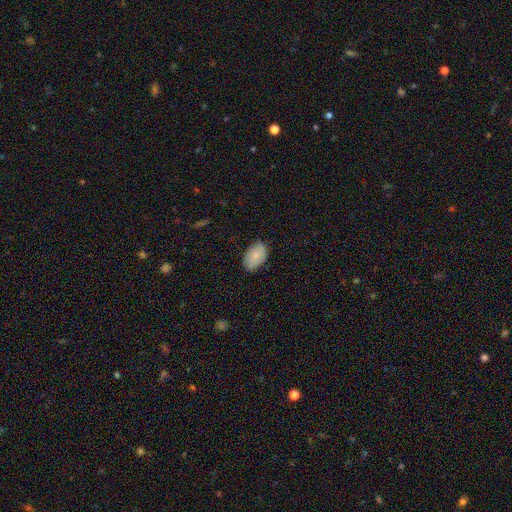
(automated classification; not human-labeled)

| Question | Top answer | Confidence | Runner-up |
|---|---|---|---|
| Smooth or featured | smooth | 78% | featured or disk (15%) |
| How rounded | in between | 93% | round (6%) |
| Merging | none | 80% | minor disturbance (16%) |